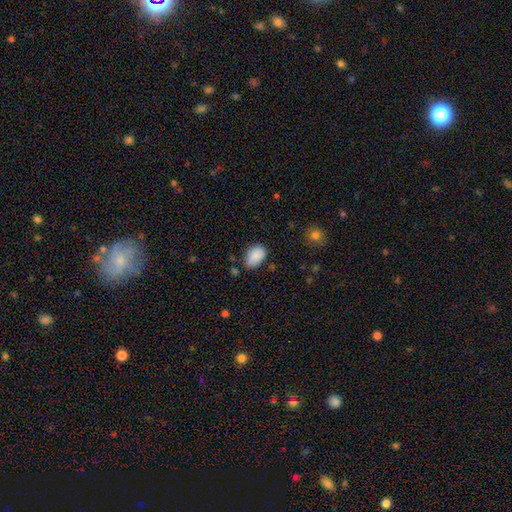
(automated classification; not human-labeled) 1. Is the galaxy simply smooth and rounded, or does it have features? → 87% smooth, 7% star or artifact, 7% featured or disk.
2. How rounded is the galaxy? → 88% in between, 10% round, 1% cigar-shaped.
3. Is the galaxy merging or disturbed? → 71% none, 22% minor disturbance, 4% major disturbance, 3% merger.